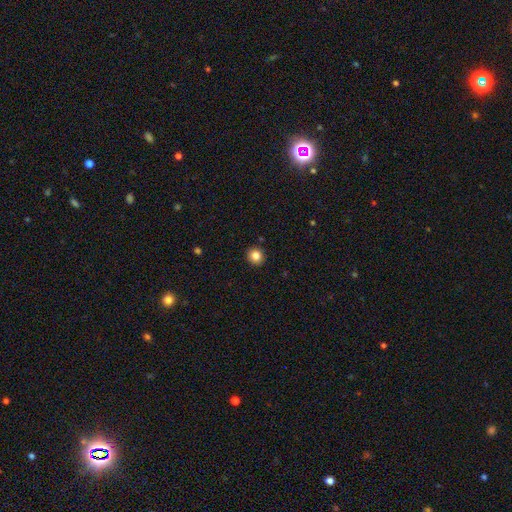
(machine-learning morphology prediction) This is clearly a smooth galaxy (84%). How rounded: clearly round (92%). Merging: clearly none (93%).